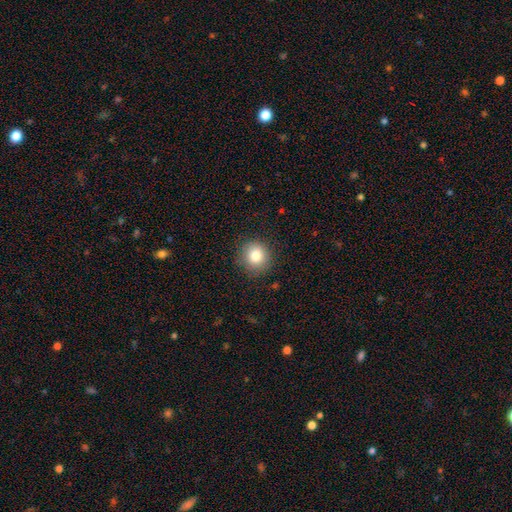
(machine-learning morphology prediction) type=smooth (82%); roundness=round (92%); merging=none (88%).